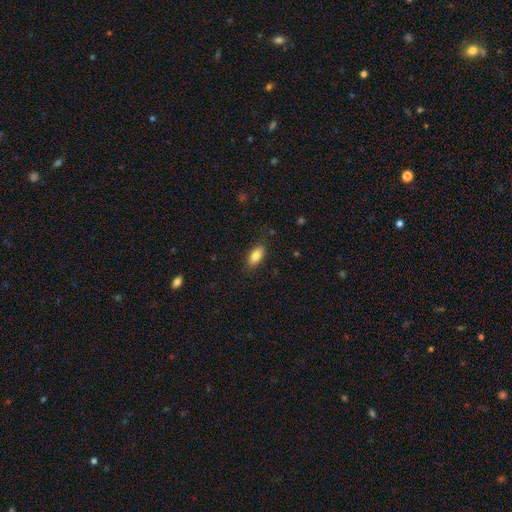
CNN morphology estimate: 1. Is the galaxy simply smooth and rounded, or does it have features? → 84% smooth, 9% featured or disk, 7% star or artifact.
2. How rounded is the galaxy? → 88% in between, 8% cigar-shaped, 4% round.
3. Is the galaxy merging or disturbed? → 82% none, 13% minor disturbance, 3% major disturbance, 1% merger.